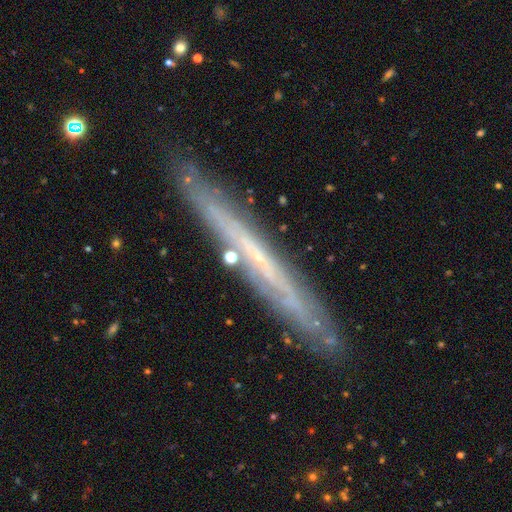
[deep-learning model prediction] smooth-or-featured: featured or disk: 68% | smooth: 24% | star or artifact: 8%
  disk-edge-on: yes: 88% | no: 12%
    edge-on-bulge: none: 85% | rounded: 11% | boxy: 4%
  merging: none: 84% | minor disturbance: 12% | major disturbance: 2% | merger: 2%